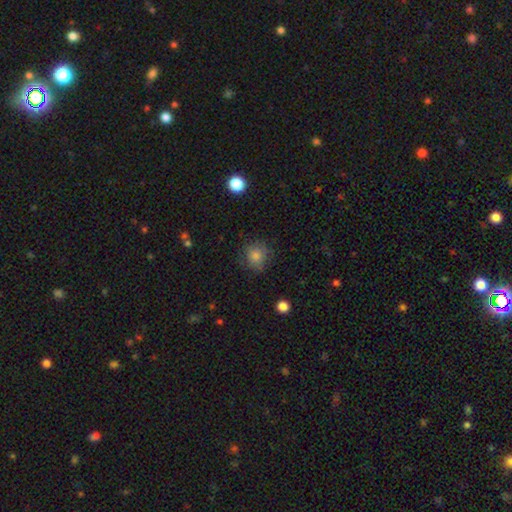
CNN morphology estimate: Smooth or featured?
  - smooth: 80% *
  - star or artifact: 12%
  - featured or disk: 8%
How rounded?
  - round: 86% *
  - in between: 13%
  - cigar-shaped: 1%
Merging?
  - none: 79% *
  - minor disturbance: 15%
  - major disturbance: 5%
  - merger: 1%